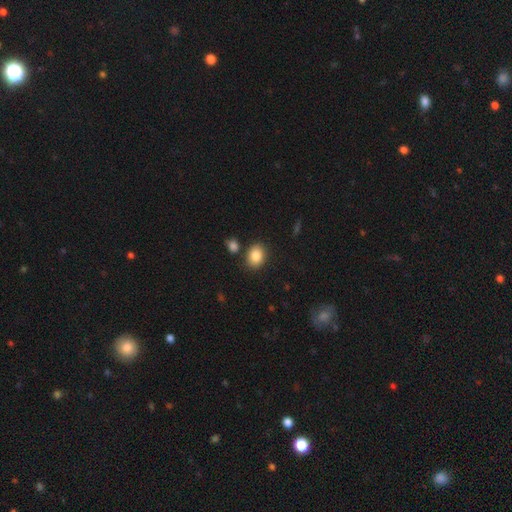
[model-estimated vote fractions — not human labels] Morphology: type=smooth (86%); roundness=in between (59%); merging=none (82%).